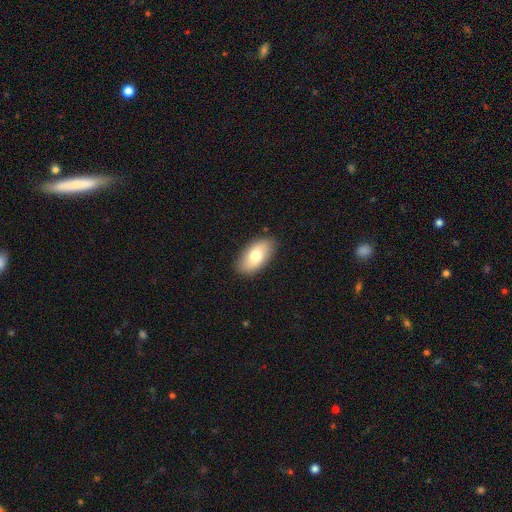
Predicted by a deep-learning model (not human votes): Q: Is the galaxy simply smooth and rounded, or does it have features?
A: smooth — 74%.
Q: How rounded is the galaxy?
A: in between — 94%.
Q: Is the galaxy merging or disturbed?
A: none — 86%.